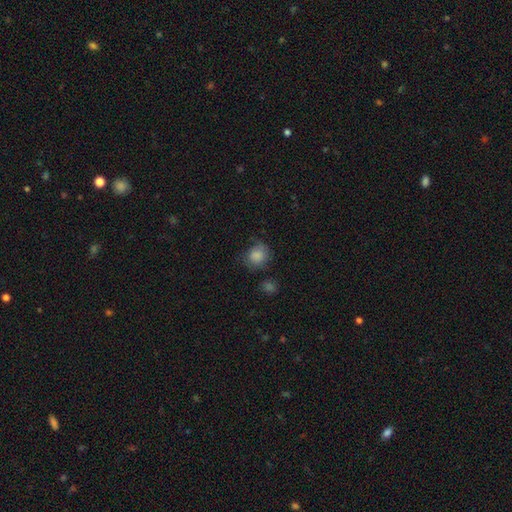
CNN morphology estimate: A smooth galaxy with no disk features (84%) that is round (77%).

Vote fractions:
- Smooth or featured? smooth: 84% / star or artifact: 9% / featured or disk: 7%
- How rounded? round: 77% / in between: 22% / cigar-shaped: 1%
- Merging? none: 62% / minor disturbance: 25% / major disturbance: 9% / merger: 4%